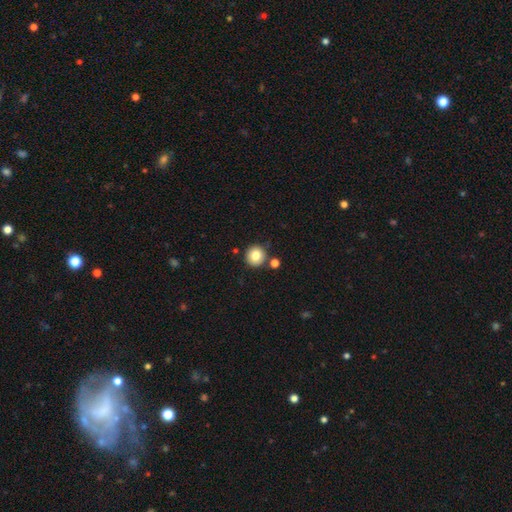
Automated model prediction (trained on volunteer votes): smooth 82%, star or artifact 10%, featured or disk 8%. Down the decision tree: how rounded — round (93%); merging — none (82%).